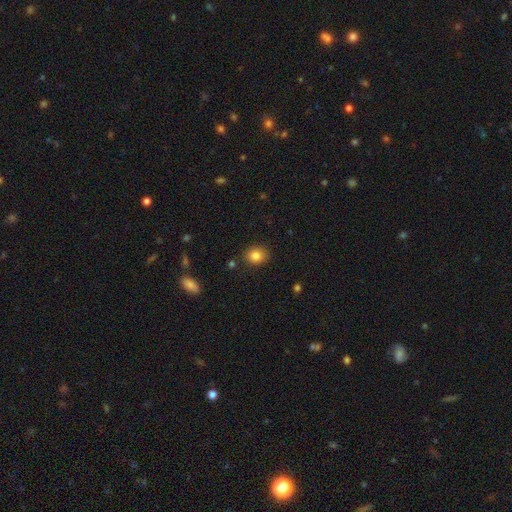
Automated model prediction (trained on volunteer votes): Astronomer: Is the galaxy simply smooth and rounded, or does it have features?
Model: smooth — 84%.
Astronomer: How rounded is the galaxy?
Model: round — 69%.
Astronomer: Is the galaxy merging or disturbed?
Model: none — 86%.